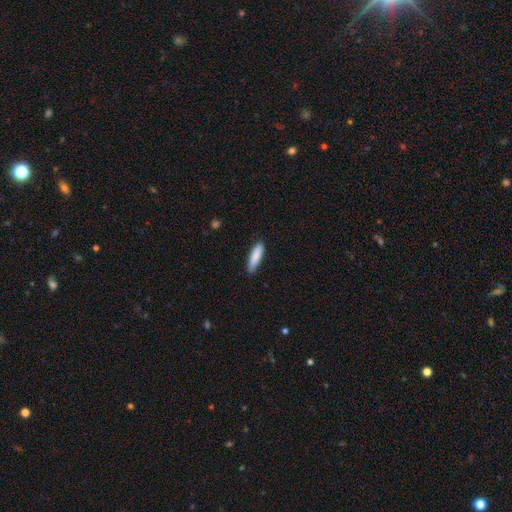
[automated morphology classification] Q: Smooth or featured?
A: smooth (87%); runner-up: featured or disk (7%)
Q: How rounded?
A: cigar-shaped (68%); runner-up: in between (31%)
Q: Merging?
A: none (84%); runner-up: minor disturbance (13%)